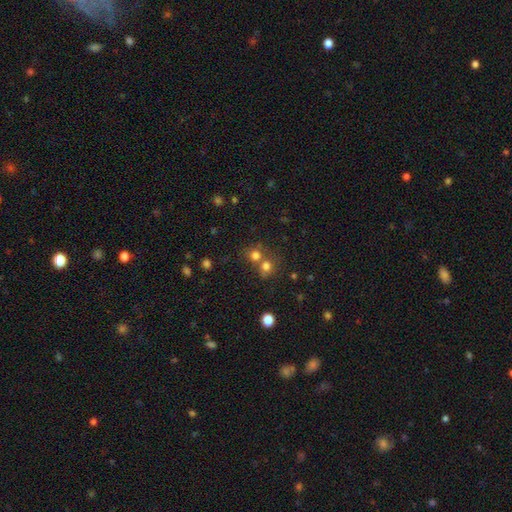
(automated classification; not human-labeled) This appears to be a smooth galaxy with no disk features (73%) that is round (82%). Merging: none (48%).